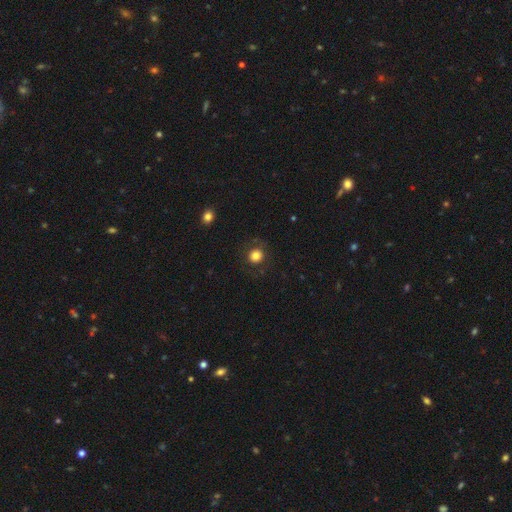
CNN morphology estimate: smooth-or-featured: smooth: 80% | star or artifact: 11% | featured or disk: 9%
  how-rounded: round: 90% | in between: 9% | cigar-shaped: 1%
  merging: none: 83% | minor disturbance: 10% | major disturbance: 6% | merger: 1%